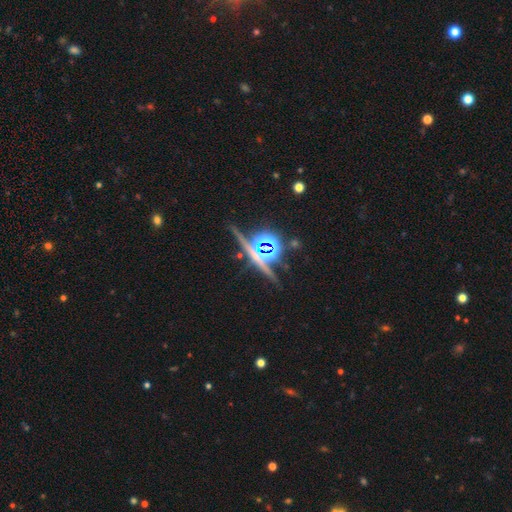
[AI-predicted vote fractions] Q: Smooth or featured?
A: star or artifact (63%); runner-up: featured or disk (25%)